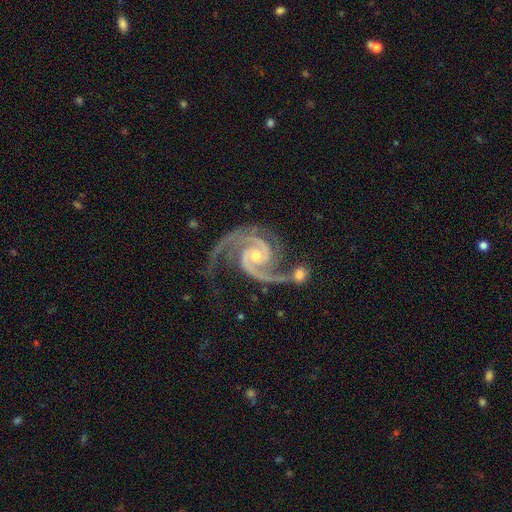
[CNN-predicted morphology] Smooth or featured: featured or disk — 94% (star or artifact — 4%)
Edge-on disk: no — 98% (yes — 2%)
Bar: no — 58% (weak — 30%)
Spiral arms: yes — 99% (no — 1%)
Spiral winding: medium — 58% (tight — 32%)
Spiral arm count: 2 — 83% (3 — 10%)
Bulge size: small — 58% (moderate — 39%)
Merging: none — 53% (minor disturbance — 21%)